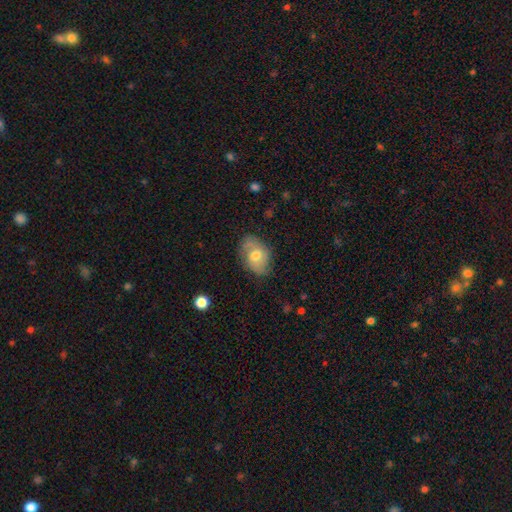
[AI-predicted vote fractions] Q: Smooth or featured?
A: smooth (47%); runner-up: featured or disk (45%)
Q: Merging?
A: none (70%); runner-up: minor disturbance (22%)